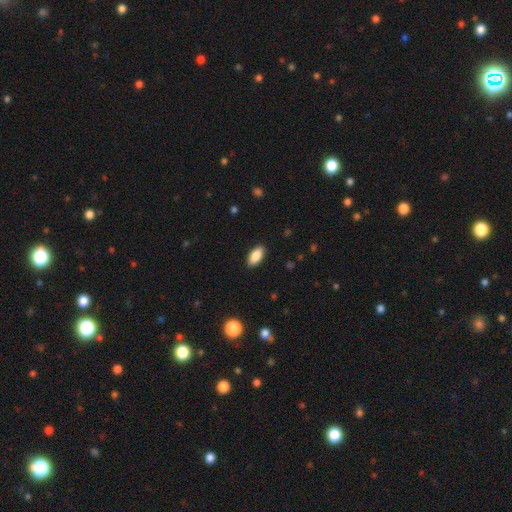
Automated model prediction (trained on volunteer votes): A smooth galaxy with no disk features (88%) that is in between round and cigar-shaped (91%).

Vote fractions:
- Smooth or featured? smooth: 88% / star or artifact: 7% / featured or disk: 6%
- How rounded? in between: 91% / cigar-shaped: 7% / round: 2%
- Merging? none: 89% / minor disturbance: 8% / major disturbance: 2% / merger: 1%